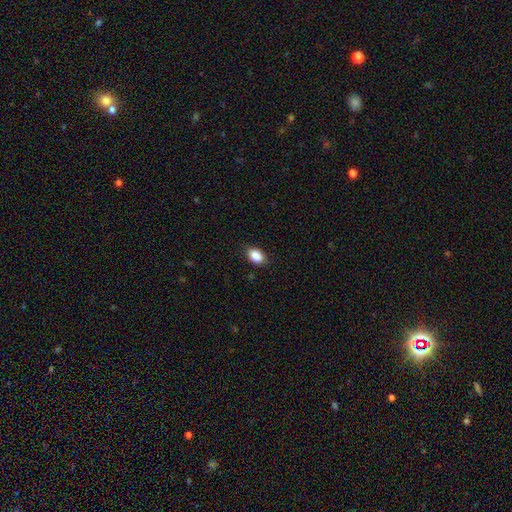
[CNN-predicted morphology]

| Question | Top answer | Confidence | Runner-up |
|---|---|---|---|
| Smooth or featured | smooth | 89% | star or artifact (8%) |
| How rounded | in between | 84% | round (14%) |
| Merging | none | 84% | minor disturbance (13%) |